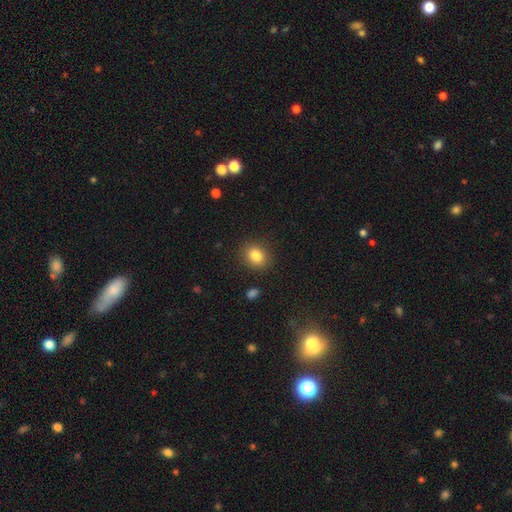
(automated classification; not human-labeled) A smooth galaxy with no disk features (84%) that is round (53%).

Vote fractions:
- Smooth or featured? smooth: 84% / star or artifact: 10% / featured or disk: 6%
- How rounded? round: 53% / in between: 46% / cigar-shaped: 1%
- Merging? none: 88% / minor disturbance: 8% / major disturbance: 3% / merger: 1%